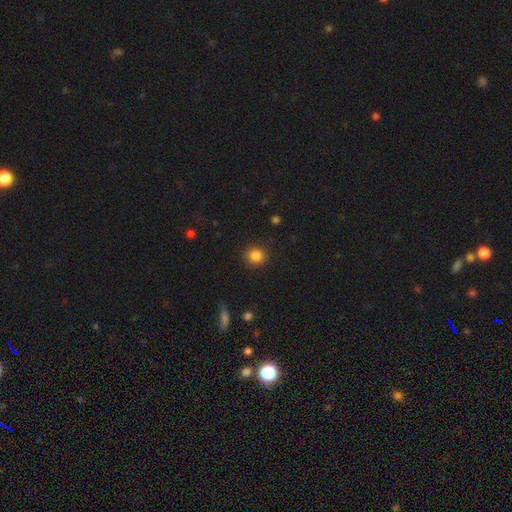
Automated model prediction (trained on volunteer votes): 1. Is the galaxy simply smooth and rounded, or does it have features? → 85% smooth, 11% star or artifact, 4% featured or disk.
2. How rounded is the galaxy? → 88% round, 11% in between, 1% cigar-shaped.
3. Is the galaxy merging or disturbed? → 89% none, 7% minor disturbance, 2% major disturbance, 1% merger.